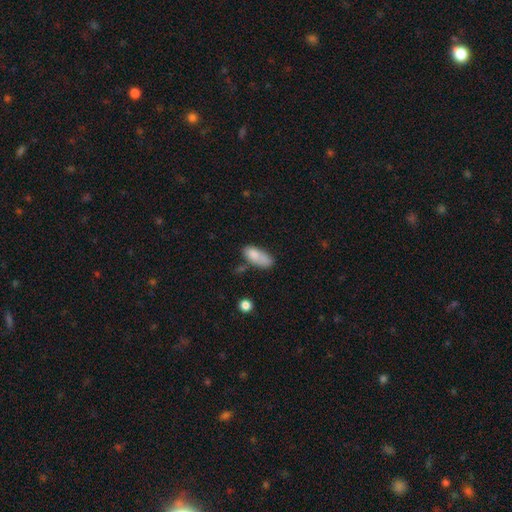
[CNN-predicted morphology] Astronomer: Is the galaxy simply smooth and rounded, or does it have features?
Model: smooth — 79%.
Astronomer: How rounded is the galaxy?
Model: in between — 81%.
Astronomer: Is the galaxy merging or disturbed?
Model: none — 43% (runner-up: minor disturbance, 29%).